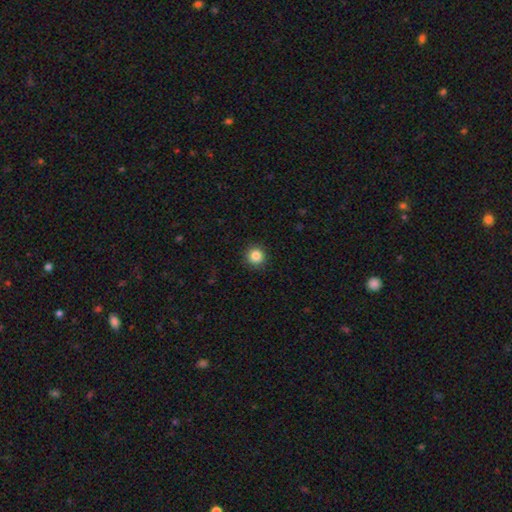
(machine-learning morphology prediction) smooth 85%, star or artifact 10%, featured or disk 4%. Down the decision tree: how rounded — round (93%); merging — none (91%).